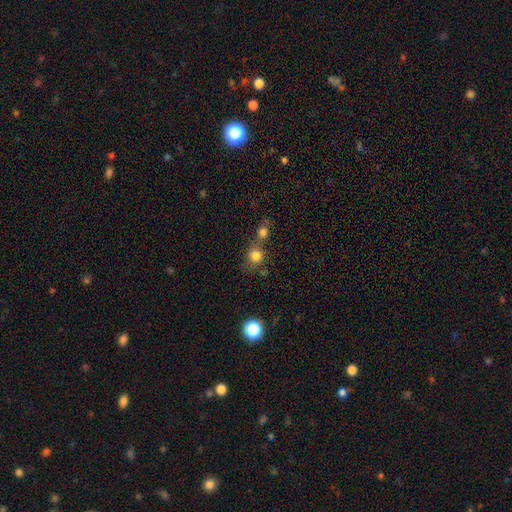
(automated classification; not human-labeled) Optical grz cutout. It shows a smooth galaxy with no disk features (78%) that is round (86%). Merging: none (46%).